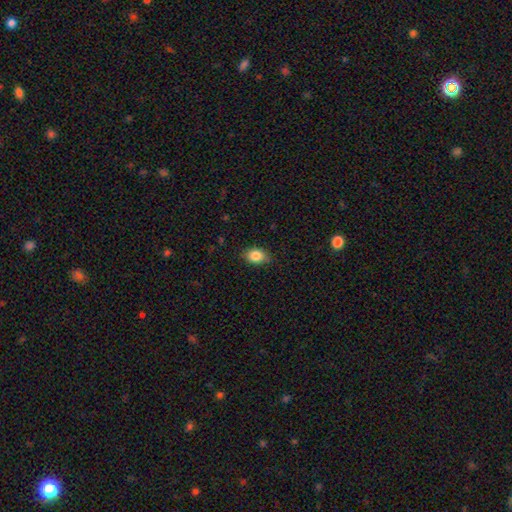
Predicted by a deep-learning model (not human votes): A smooth galaxy with no disk features (85%) that is in between round and cigar-shaped (73%).

Vote fractions:
- Smooth or featured? smooth: 85% / star or artifact: 8% / featured or disk: 7%
- How rounded? in between: 73% / round: 25% / cigar-shaped: 1%
- Merging? none: 83% / minor disturbance: 14% / major disturbance: 3% / merger: 1%